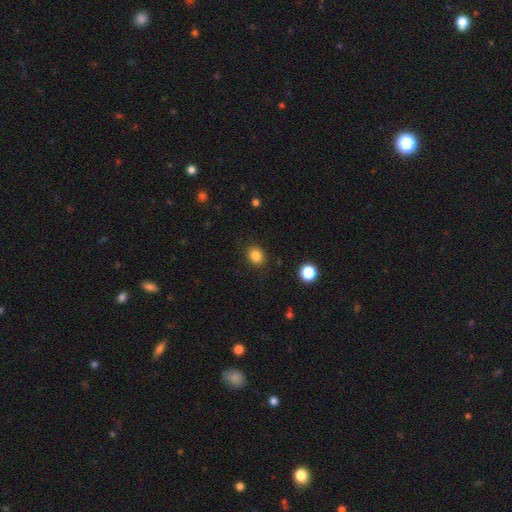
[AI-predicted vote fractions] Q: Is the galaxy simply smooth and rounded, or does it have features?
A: smooth — 84%.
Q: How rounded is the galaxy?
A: round — 58%.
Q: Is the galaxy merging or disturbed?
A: none — 88%.